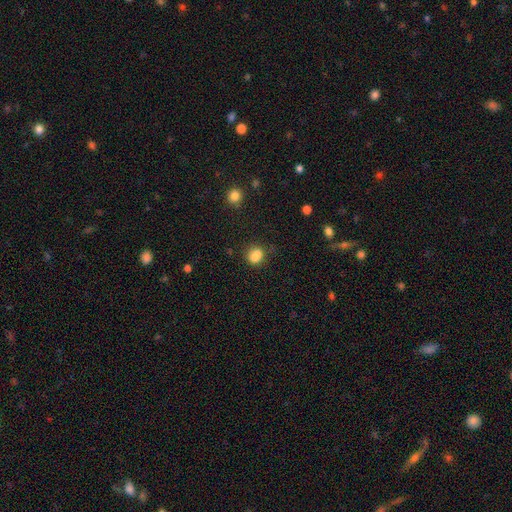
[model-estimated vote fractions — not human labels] Morphology: type=smooth (77%); roundness=round (63%); merging=none (44%).